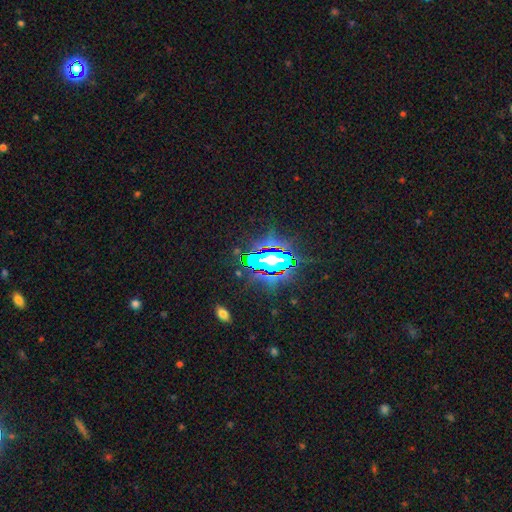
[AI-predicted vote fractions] Smooth or featured: star or artifact — 80% (smooth — 11%)